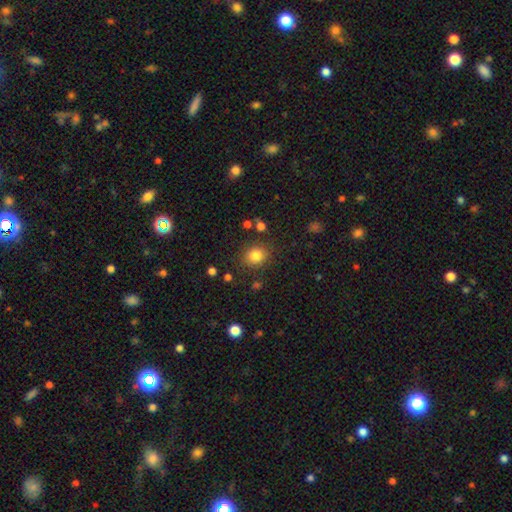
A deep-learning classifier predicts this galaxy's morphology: Overall: smooth (82%). How rounded: round (73%). Merging: none (83%).